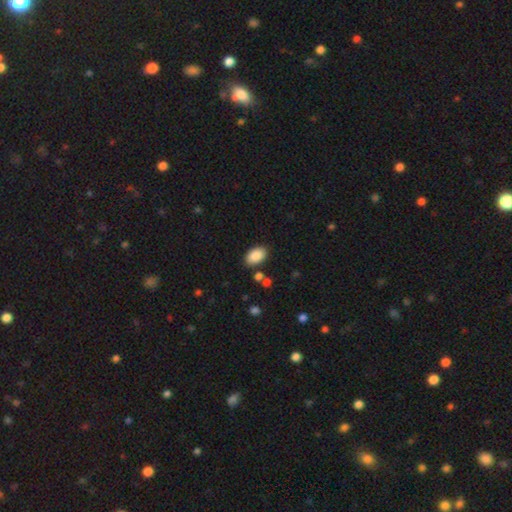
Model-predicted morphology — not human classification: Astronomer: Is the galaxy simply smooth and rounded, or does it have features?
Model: smooth — 88%.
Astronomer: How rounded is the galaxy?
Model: in between — 91%.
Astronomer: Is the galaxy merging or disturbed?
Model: none — 83%.